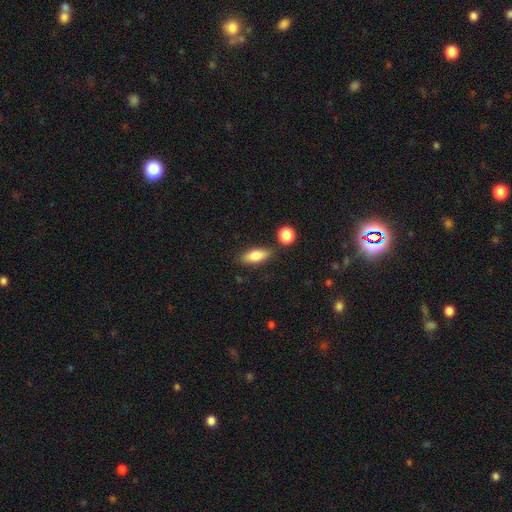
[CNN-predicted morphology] Smooth or featured?
  - smooth: 78% *
  - featured or disk: 15%
  - star or artifact: 7%
How rounded?
  - in between: 75% *
  - cigar-shaped: 22%
  - round: 4%
Merging?
  - none: 81% *
  - minor disturbance: 11%
  - merger: 5%
  - major disturbance: 3%